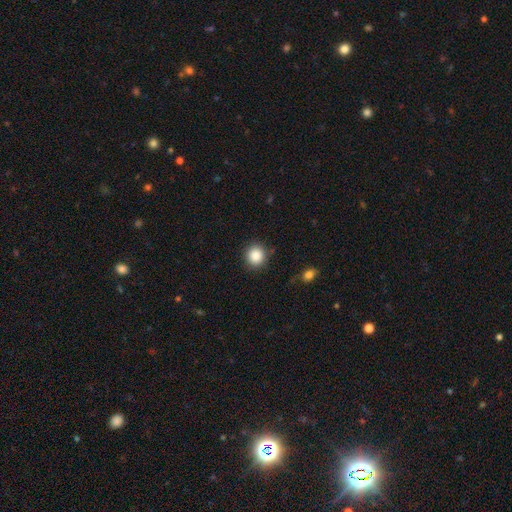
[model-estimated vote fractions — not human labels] Q: Smooth or featured?
A: smooth (87%); runner-up: star or artifact (9%)
Q: How rounded?
A: round (90%); runner-up: in between (9%)
Q: Merging?
A: none (87%); runner-up: minor disturbance (8%)